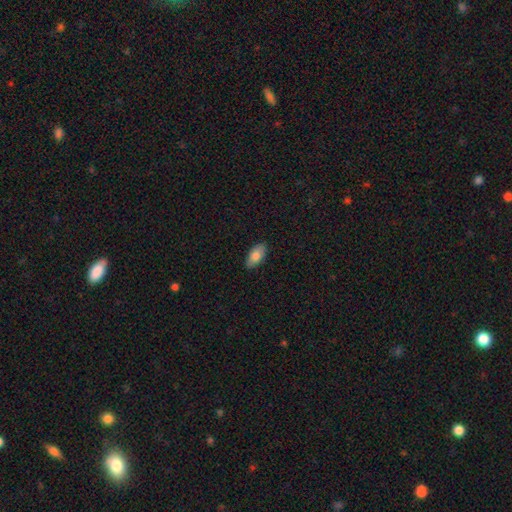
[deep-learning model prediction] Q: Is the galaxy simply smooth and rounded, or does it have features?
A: smooth — 80%.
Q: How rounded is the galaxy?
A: in between — 92%.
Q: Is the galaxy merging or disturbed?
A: none — 88%.